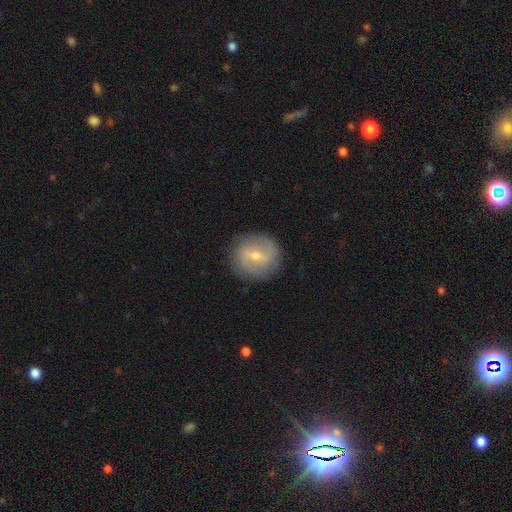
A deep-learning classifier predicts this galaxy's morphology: Smooth or featured?
  - featured or disk: 61% *
  - smooth: 31%
  - star or artifact: 7%
Edge-on disk?
  - no: 95% *
  - yes: 5%
Bar?
  - weak: 52% *
  - strong: 28%
  - no: 19%
Spiral arms?
  - yes: 71% *
  - no: 29%
Bulge size?
  - small: 52% *
  - moderate: 44%
  - large: 2%
  - none: 2%
  - dominant: 1%
Merging?
  - none: 86% *
  - minor disturbance: 10%
  - major disturbance: 3%
  - merger: 1%